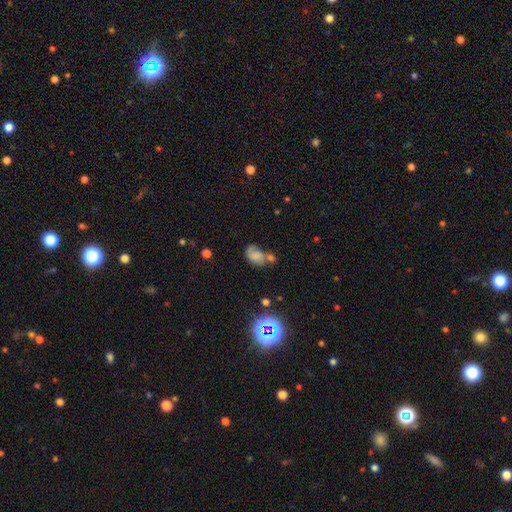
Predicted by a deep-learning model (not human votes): Morphology: type=smooth (52%); roundness=in between (80%); merging=none (32%).